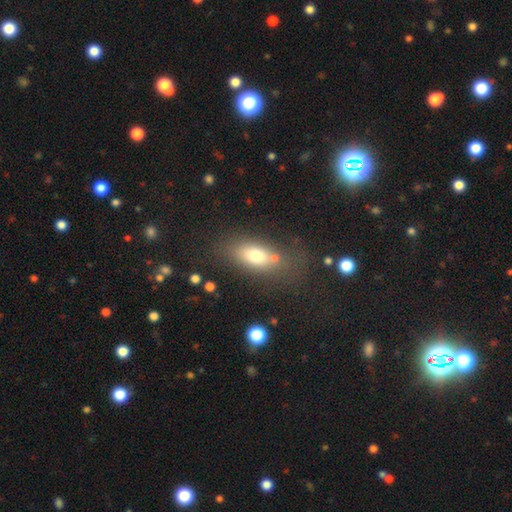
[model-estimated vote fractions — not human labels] Smooth or featured?
  - smooth: 73% *
  - featured or disk: 17%
  - star or artifact: 10%
How rounded?
  - in between: 79% *
  - cigar-shaped: 12%
  - round: 9%
Merging?
  - none: 64% *
  - minor disturbance: 17%
  - merger: 10%
  - major disturbance: 9%